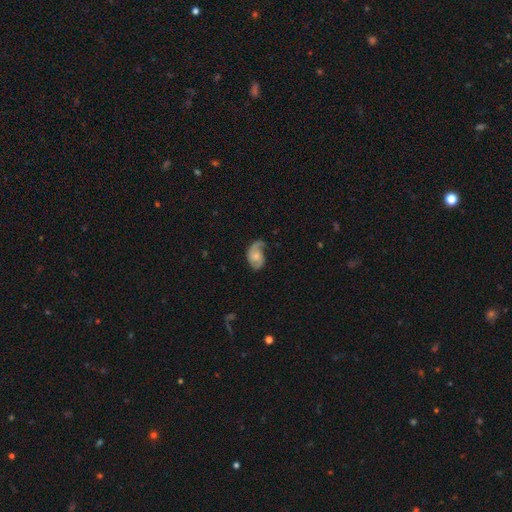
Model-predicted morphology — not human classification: smooth_or_featured: featured or disk (p=0.70) [alt: smooth p=0.24]
disk_edge_on: no (p=0.97) [alt: yes p=0.03]
bar: no (p=0.65) [alt: weak p=0.30]
has_spiral_arms: yes (p=0.92) [alt: no p=0.08]
spiral_winding: medium (p=0.41) [alt: loose p=0.39]
spiral_arm_count: 2 (p=0.65) [alt: 1 p=0.27]
bulge_size: small (p=0.43) [alt: moderate p=0.39]
merging: none (p=0.47) [alt: minor disturbance p=0.29]